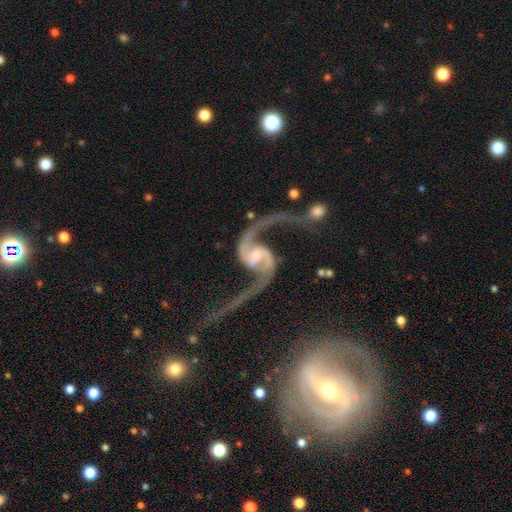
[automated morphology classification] This is clearly a featured or disk galaxy (94%). It is clearly not viewed edge-on (98%). Bar: marginally weak (43%). Spiral arm pattern: clearly yes (98%). Spiral arm count: clearly 2 (95%). Spiral winding: clearly loose (85%). Central bulge: possibly small (48%). Merging: possibly none (53%).